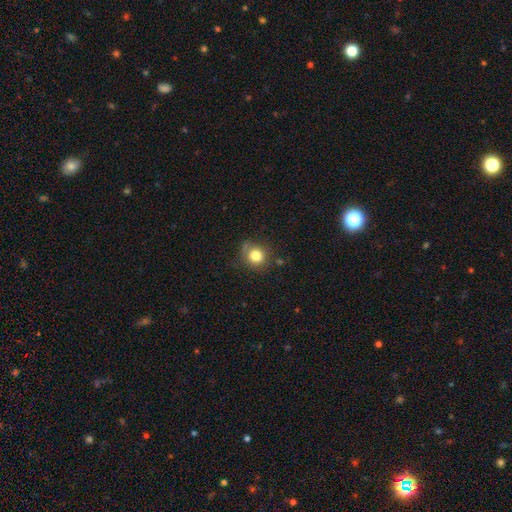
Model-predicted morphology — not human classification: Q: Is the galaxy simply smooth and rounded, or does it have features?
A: smooth — 81%.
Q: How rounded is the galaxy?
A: round — 86%.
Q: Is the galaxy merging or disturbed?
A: none — 76%.